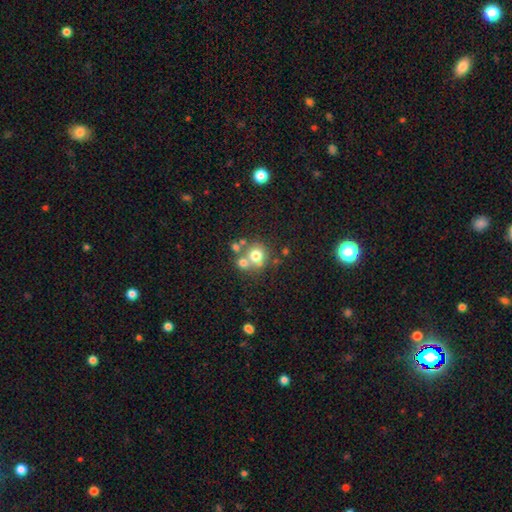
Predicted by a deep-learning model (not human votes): smooth-or-featured: smooth: 69% | featured or disk: 18% | star or artifact: 14%
  how-rounded: round: 85% | in between: 14% | cigar-shaped: 1%
  merging: none: 50% | merger: 37% | minor disturbance: 9% | major disturbance: 4%